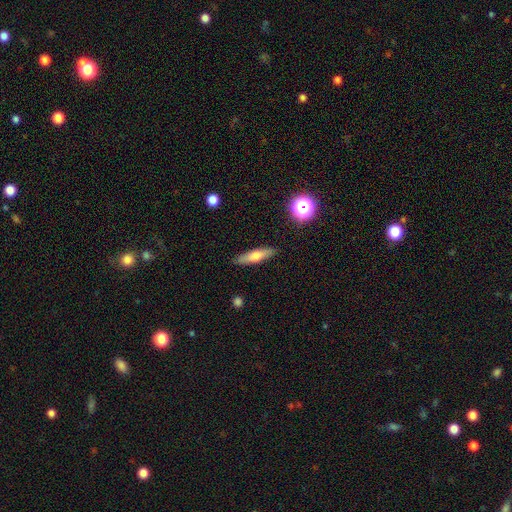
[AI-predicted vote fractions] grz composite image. It shows a smooth galaxy with no disk features (60%) that is cigar-shaped (73%). Merging: none (89%).